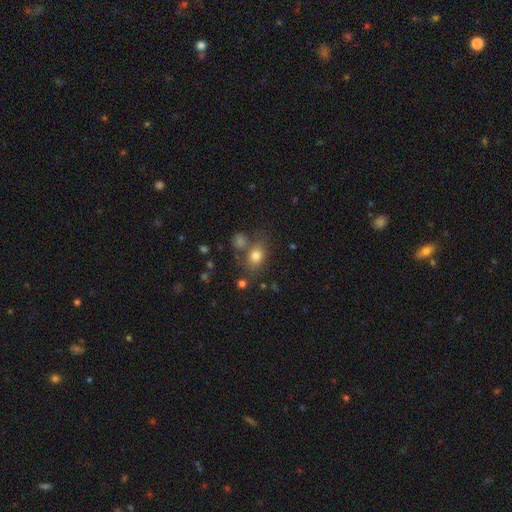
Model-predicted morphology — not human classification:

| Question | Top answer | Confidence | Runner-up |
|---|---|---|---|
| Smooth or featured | smooth | 77% | star or artifact (12%) |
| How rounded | in between | 60% | round (39%) |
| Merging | none | 61% | merger (18%) |